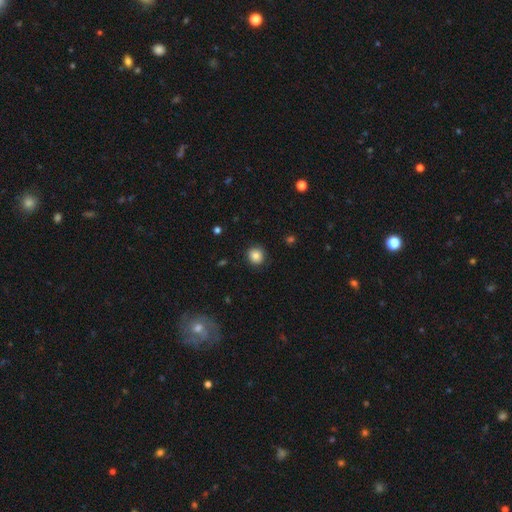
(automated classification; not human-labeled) This appears to be a smooth galaxy with no disk features (82%) that is round (91%). Merging: none (89%).